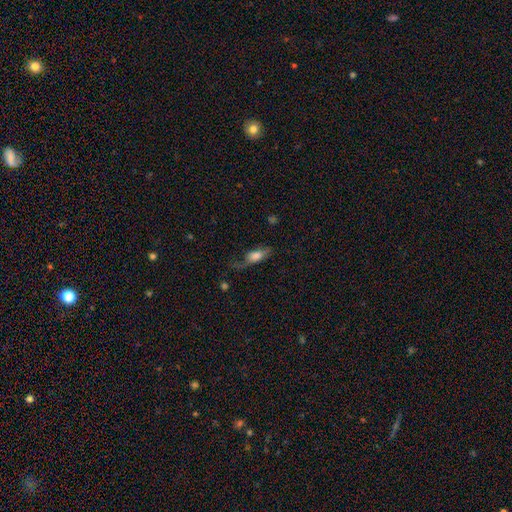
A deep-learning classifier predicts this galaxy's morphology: Smooth or featured: smooth — 66% (featured or disk — 26%)
How rounded: in between — 74% (cigar-shaped — 21%)
Merging: none — 41% (minor disturbance — 28%)